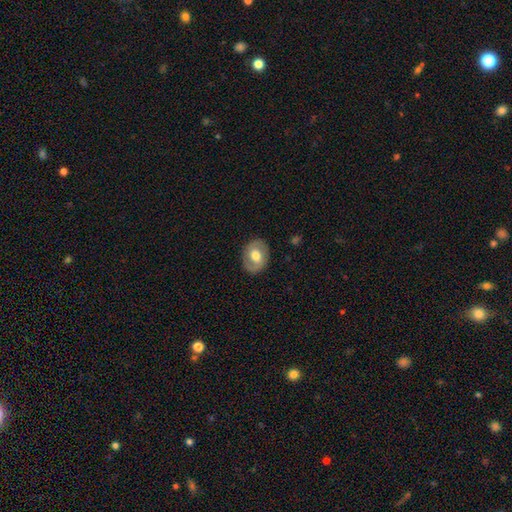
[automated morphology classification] Smooth or featured: smooth — 56% (featured or disk — 38%)
How rounded: in between — 59% (round — 40%)
Merging: none — 84% (minor disturbance — 12%)